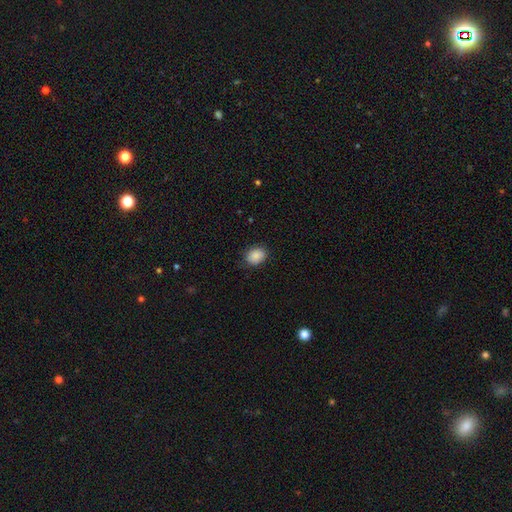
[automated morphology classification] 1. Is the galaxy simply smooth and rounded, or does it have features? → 88% smooth, 8% star or artifact, 5% featured or disk.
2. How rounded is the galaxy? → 60% in between, 39% round, 1% cigar-shaped.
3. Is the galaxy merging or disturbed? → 81% none, 15% minor disturbance, 3% major disturbance, 1% merger.